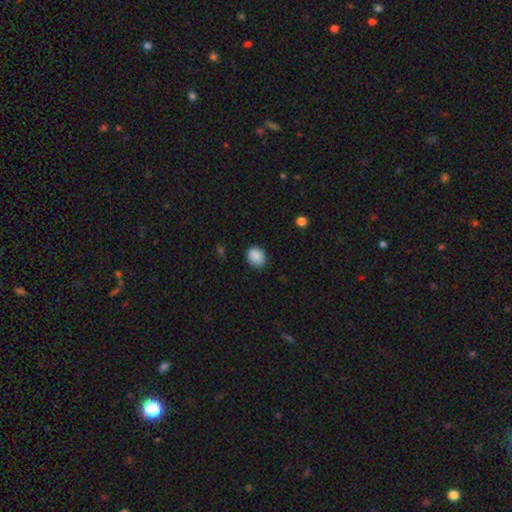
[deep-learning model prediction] This is clearly a smooth galaxy (89%). How rounded: possibly in between (52%). Merging: likely none (79%).